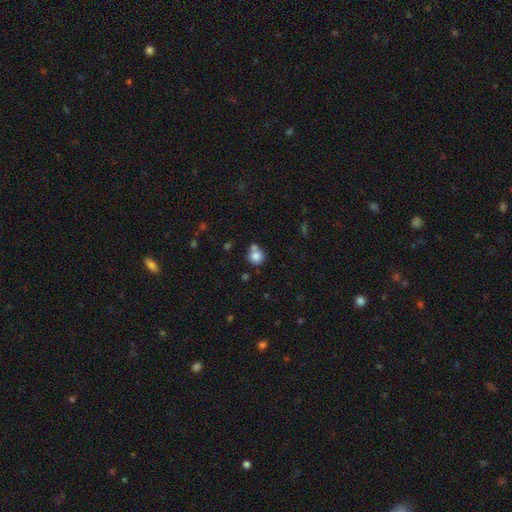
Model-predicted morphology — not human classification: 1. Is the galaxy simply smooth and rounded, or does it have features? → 81% smooth, 10% star or artifact, 9% featured or disk.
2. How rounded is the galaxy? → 89% round, 10% in between, 1% cigar-shaped.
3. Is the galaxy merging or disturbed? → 56% none, 29% merger, 11% minor disturbance, 4% major disturbance.